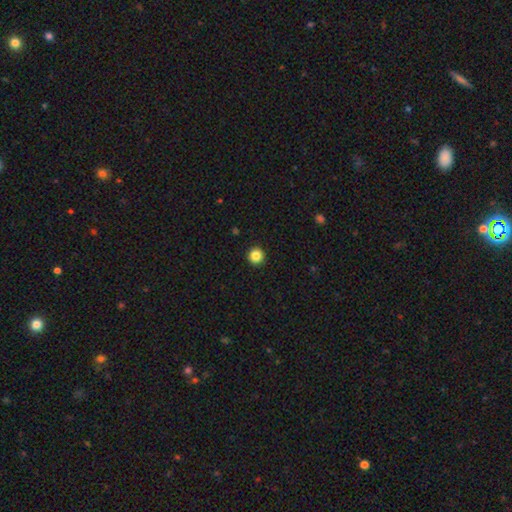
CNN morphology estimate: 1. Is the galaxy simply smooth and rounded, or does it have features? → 86% smooth, 11% star or artifact, 4% featured or disk.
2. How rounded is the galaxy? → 95% round, 4% in between, 1% cigar-shaped.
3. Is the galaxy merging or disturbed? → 94% none, 4% minor disturbance, 1% major disturbance, 1% merger.